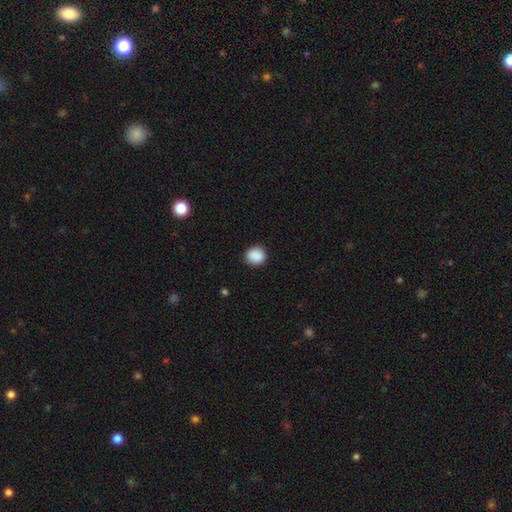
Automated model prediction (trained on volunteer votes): This is clearly a smooth galaxy (89%). How rounded: clearly round (87%). Merging: clearly none (91%).